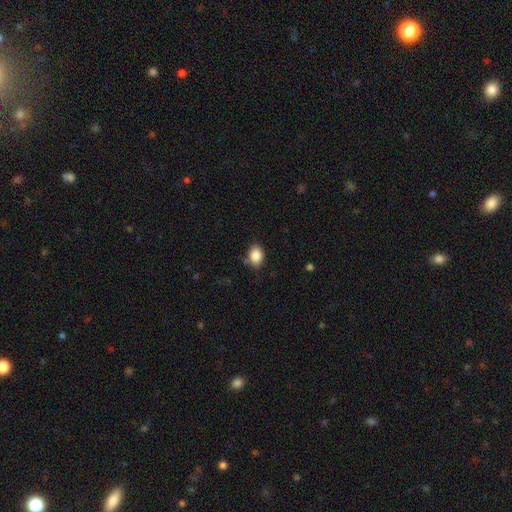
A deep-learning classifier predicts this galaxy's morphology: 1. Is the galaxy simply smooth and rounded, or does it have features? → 86% smooth, 8% star or artifact, 5% featured or disk.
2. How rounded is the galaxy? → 69% in between, 30% round, 1% cigar-shaped.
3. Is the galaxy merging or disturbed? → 75% none, 19% minor disturbance, 4% major disturbance, 2% merger.